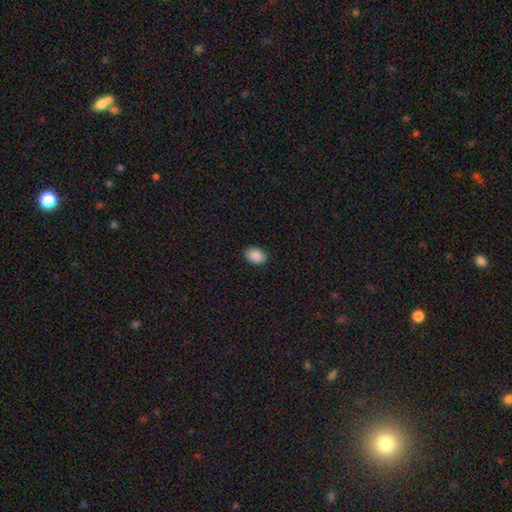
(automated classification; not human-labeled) This is clearly a smooth galaxy (90%). How rounded: likely in between (79%). Merging: clearly none (89%).